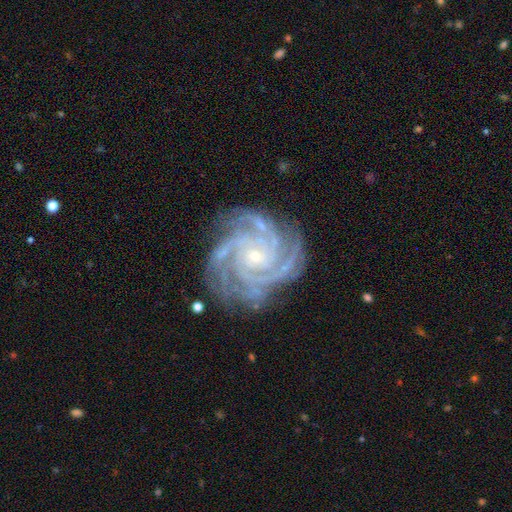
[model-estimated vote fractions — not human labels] The model was most divided on "spiral arm count": 4: 42%, more than 4: 22%, 3: 16%, can't tell: 8%, 2: 6%, 1: 6%. More confident: spiral arms — yes (99%); edge-on disk — no (98%); smooth or featured — featured or disk (92%); bulge size — small (84%); merging — none (78%); spiral winding — tight (76%); bar — no (74%).